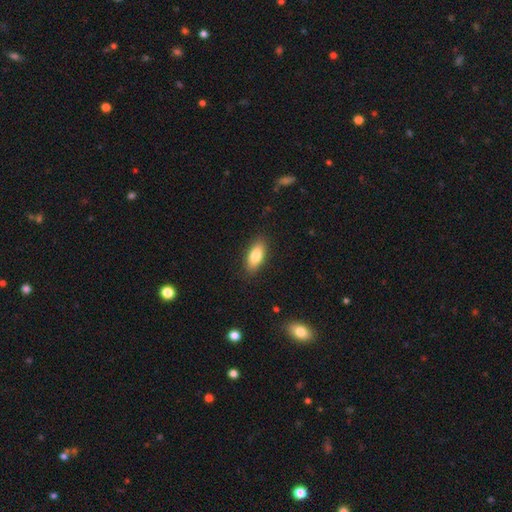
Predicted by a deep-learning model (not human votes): Smooth or featured: smooth — 80% (featured or disk — 14%)
How rounded: in between — 81% (cigar-shaped — 16%)
Merging: none — 87% (minor disturbance — 10%)